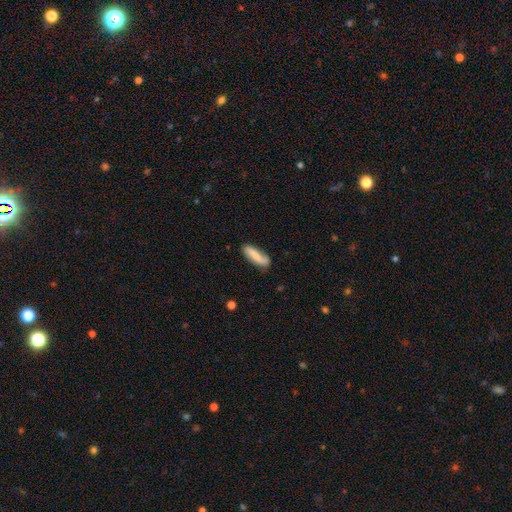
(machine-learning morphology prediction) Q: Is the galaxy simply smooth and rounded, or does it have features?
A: smooth — 73%.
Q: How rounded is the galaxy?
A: cigar-shaped — 52%.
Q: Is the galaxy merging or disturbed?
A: none — 70%.